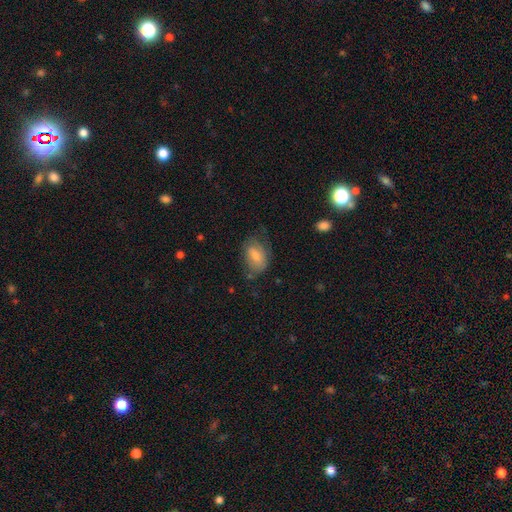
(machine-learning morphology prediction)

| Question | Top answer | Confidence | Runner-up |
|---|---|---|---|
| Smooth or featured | smooth | 66% | featured or disk (26%) |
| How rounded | in between | 86% | round (12%) |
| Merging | none | 51% | minor disturbance (30%) |